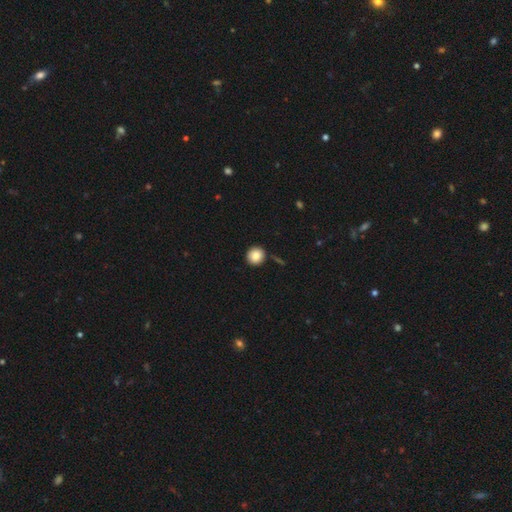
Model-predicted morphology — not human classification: Smooth or featured: smooth — 86% (star or artifact — 9%)
How rounded: round — 92% (in between — 7%)
Merging: none — 87% (minor disturbance — 8%)